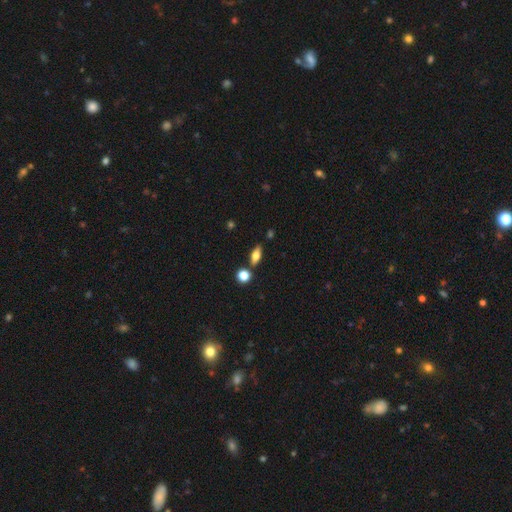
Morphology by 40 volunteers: Overall: smooth (68%). How rounded: in between (56%; cigar-shaped 37%). Merging: none (74%).